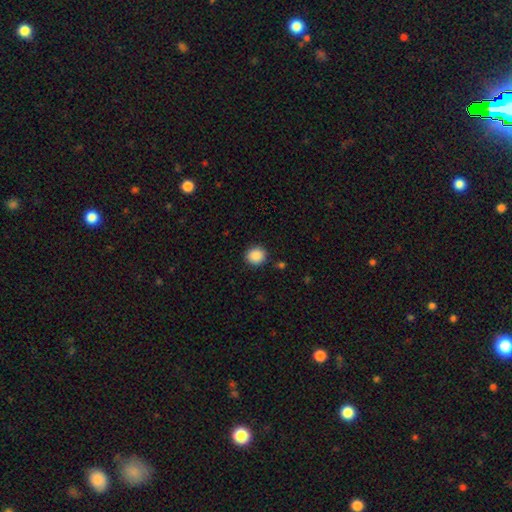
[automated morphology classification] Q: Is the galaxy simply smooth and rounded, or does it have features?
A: smooth — 89%.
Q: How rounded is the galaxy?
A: round — 82%.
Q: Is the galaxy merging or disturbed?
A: none — 89%.